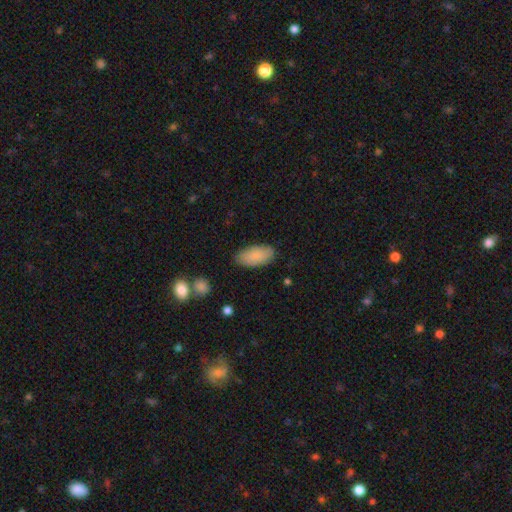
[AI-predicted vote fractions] Smooth or featured?
  - smooth: 86% *
  - featured or disk: 8%
  - star or artifact: 6%
How rounded?
  - in between: 91% *
  - cigar-shaped: 7%
  - round: 2%
Merging?
  - none: 84% *
  - minor disturbance: 12%
  - major disturbance: 3%
  - merger: 1%